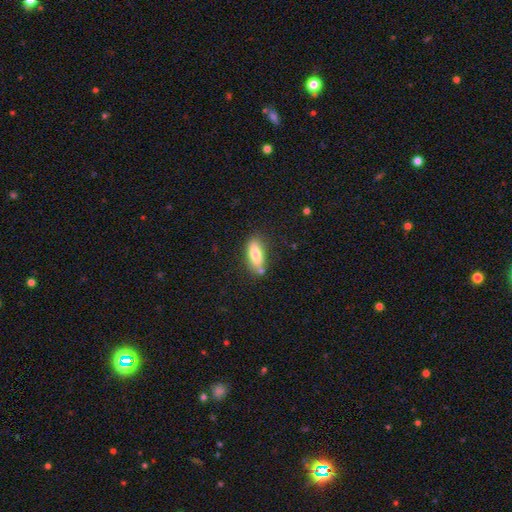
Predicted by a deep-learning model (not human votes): This appears to be a smooth galaxy with no disk features (77%) that is in between round and cigar-shaped (74%). Merging: none (74%).